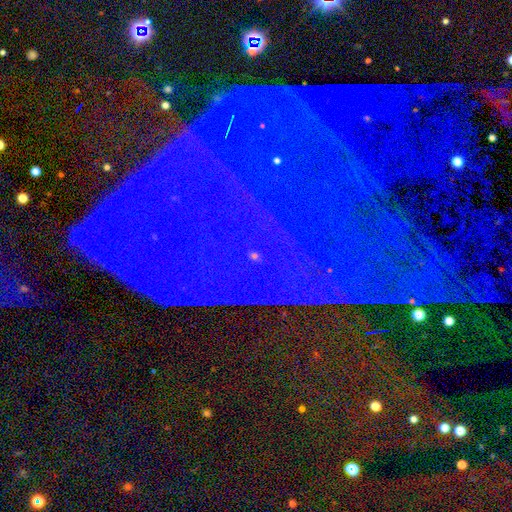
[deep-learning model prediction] The model was most divided on "smooth or featured": star or artifact: 83%, featured or disk: 9%, smooth: 8%.